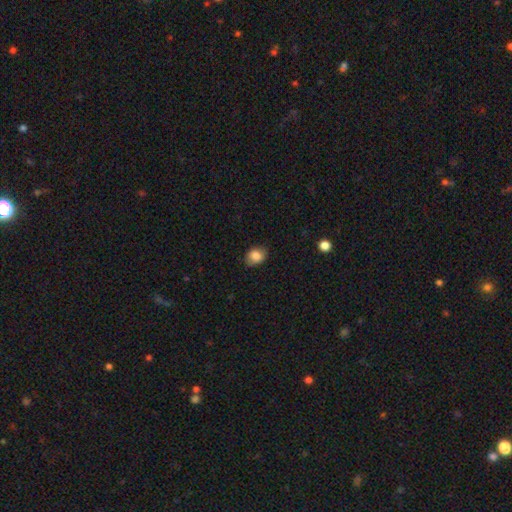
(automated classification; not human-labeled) This is clearly a smooth galaxy (85%). How rounded: possibly in between (58%). Merging: clearly none (81%).